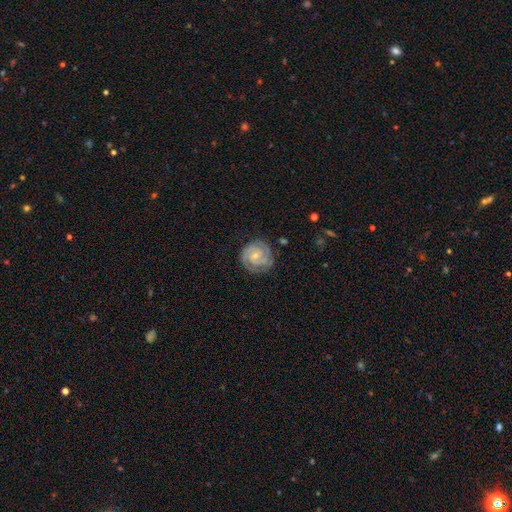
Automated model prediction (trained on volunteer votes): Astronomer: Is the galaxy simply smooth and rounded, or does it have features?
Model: featured or disk — 86%.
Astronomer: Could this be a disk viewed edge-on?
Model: no — 98%.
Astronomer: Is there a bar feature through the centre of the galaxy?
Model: no — 58% (runner-up: weak, 34%).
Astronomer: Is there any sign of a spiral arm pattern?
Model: yes — 97%.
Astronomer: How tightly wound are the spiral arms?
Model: tight — 76%.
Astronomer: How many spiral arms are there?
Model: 2 — 55%.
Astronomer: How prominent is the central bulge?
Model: small — 69%.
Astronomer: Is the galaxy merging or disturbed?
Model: none — 78%.